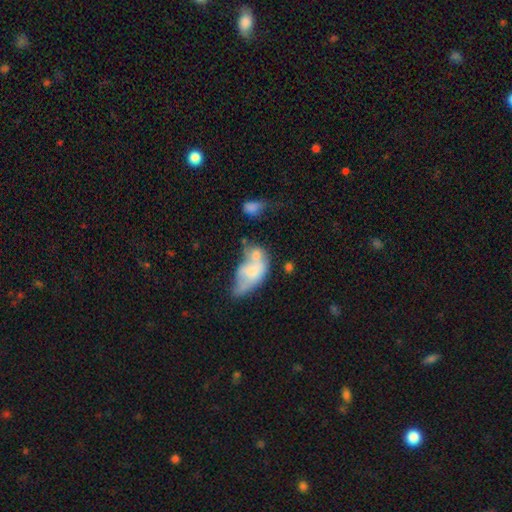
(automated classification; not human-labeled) Morphology: type=smooth (56%); roundness=in between (88%); merging=merger (51%).